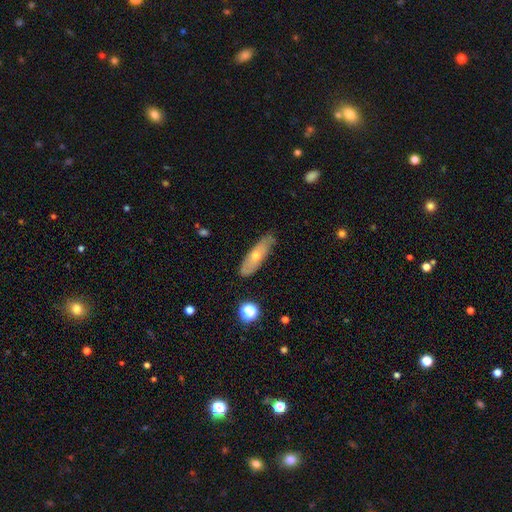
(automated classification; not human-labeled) smooth_or_featured: featured or disk (p=0.48) [alt: smooth p=0.44]
merging: none (p=0.79) [alt: minor disturbance p=0.16]